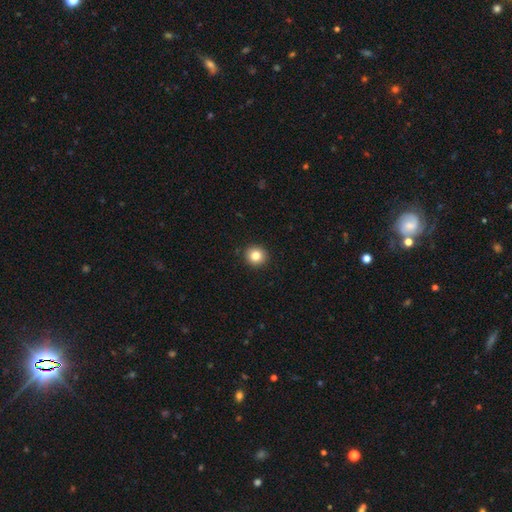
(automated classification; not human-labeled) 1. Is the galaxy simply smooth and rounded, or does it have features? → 82% smooth, 10% star or artifact, 7% featured or disk.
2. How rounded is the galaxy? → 93% round, 6% in between, 1% cigar-shaped.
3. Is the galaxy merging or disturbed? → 93% none, 5% minor disturbance, 2% major disturbance, 1% merger.